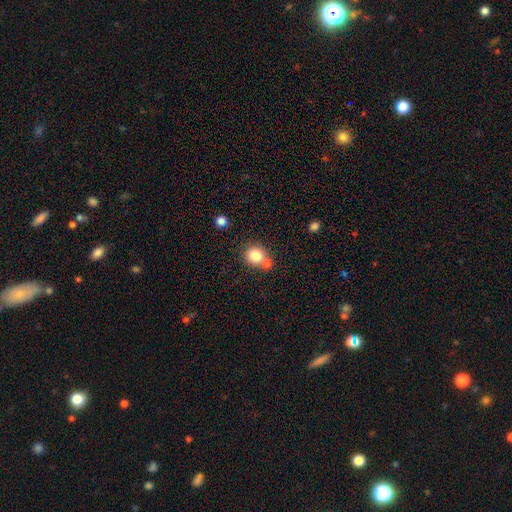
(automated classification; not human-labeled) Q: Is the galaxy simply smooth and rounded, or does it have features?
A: smooth — 82%.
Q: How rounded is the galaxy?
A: round — 88%.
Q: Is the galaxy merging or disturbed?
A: none — 55%.